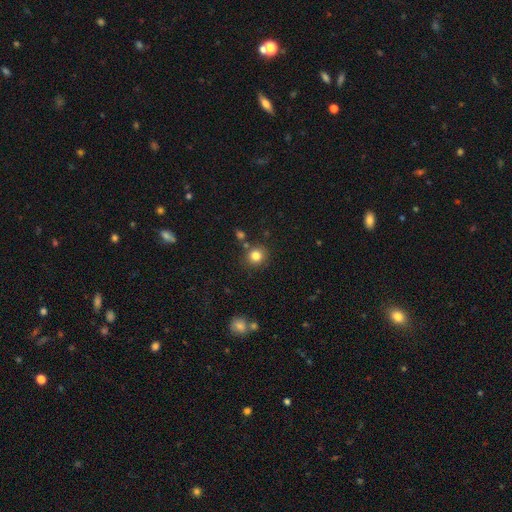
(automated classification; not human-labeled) A smooth galaxy with no disk features (82%) that is round (89%). Merging: none (83%).